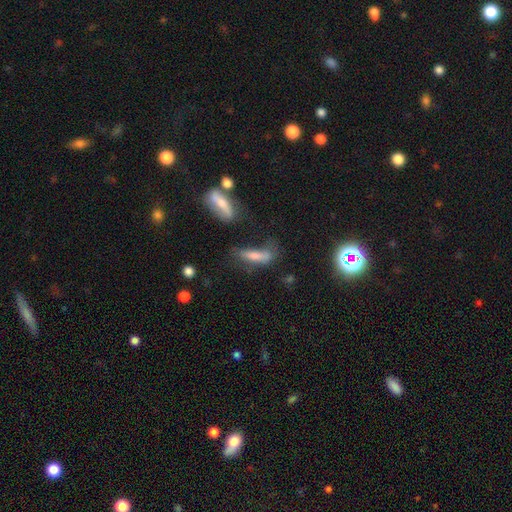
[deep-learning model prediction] Smooth or featured? smooth (69%)
How rounded? cigar-shaped (56%)
Merging? none (34%)